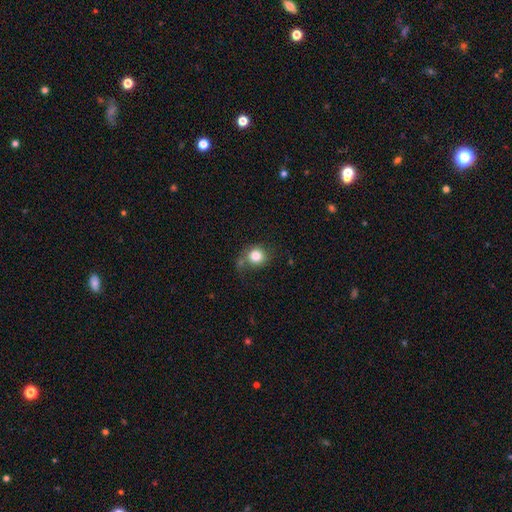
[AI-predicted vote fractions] Morphology: type=smooth (82%); roundness=round (83%); merging=none (56%).